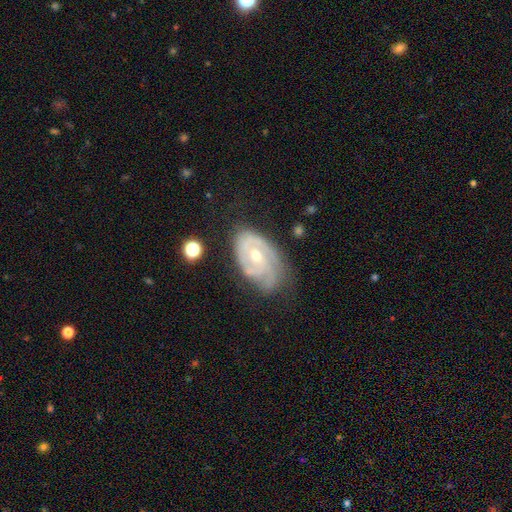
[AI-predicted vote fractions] Morphology: type=featured or disk (86%); edge-on=no (96%); bar=no (68%); spiral arms=yes (95%); winding=tight (65%); arm count=2 (34%); bulge=moderate (51%); merging=none (61%).